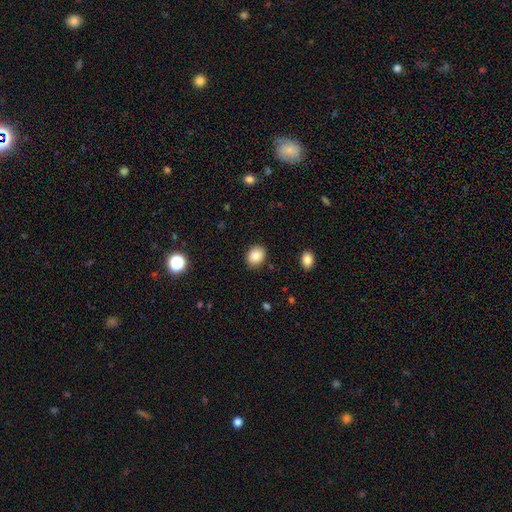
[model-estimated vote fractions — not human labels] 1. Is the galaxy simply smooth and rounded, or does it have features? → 86% smooth, 9% star or artifact, 6% featured or disk.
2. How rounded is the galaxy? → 52% in between, 48% round, 1% cigar-shaped.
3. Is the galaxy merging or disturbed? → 87% none, 9% minor disturbance, 2% major disturbance, 1% merger.